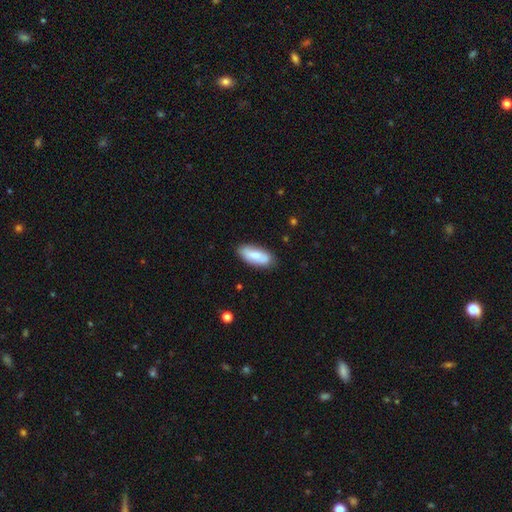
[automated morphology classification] Q: Smooth or featured?
A: smooth (71%); runner-up: featured or disk (23%)
Q: How rounded?
A: in between (82%); runner-up: cigar-shaped (16%)
Q: Merging?
A: none (81%); runner-up: minor disturbance (14%)